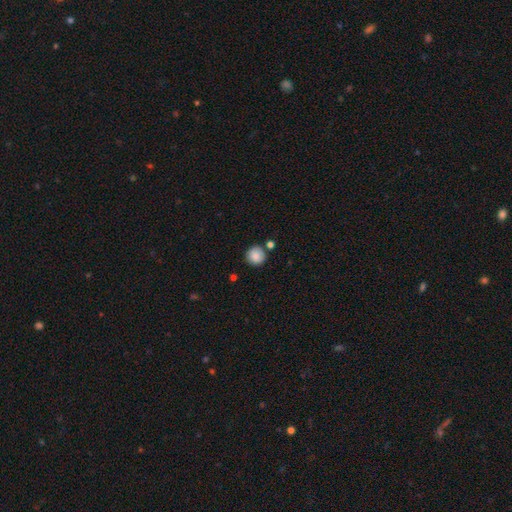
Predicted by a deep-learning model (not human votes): This is clearly a smooth galaxy (87%). How rounded: clearly round (93%). Merging: clearly none (82%).